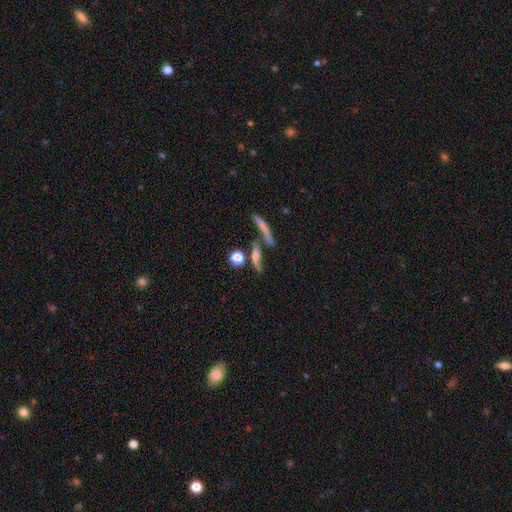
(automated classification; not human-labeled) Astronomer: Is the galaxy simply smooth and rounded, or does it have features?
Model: featured or disk — 48% (runner-up: smooth, 38%).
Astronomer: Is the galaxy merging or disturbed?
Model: none — 44% (runner-up: merger, 28%).